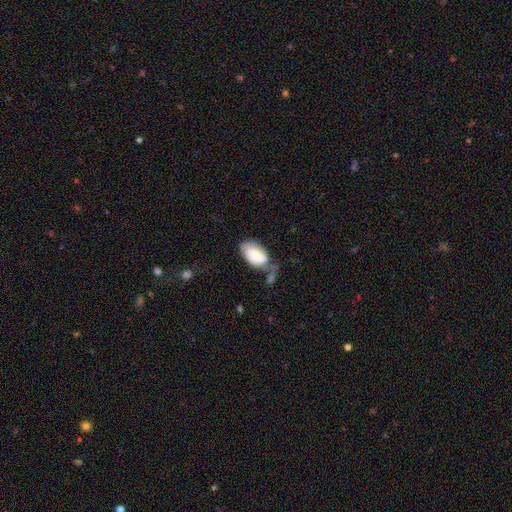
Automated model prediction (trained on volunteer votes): Morphology: type=smooth (70%); roundness=in between (94%); merging=none (39%).